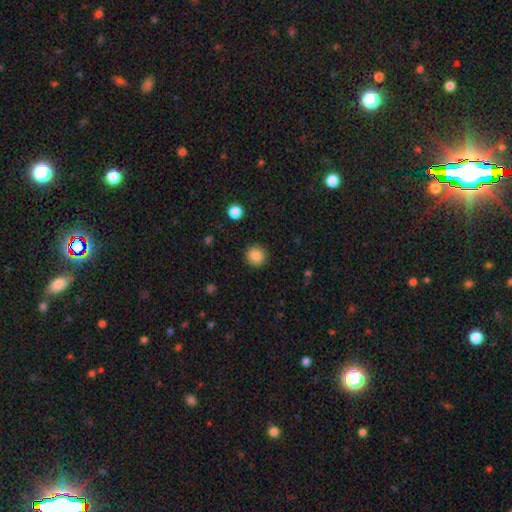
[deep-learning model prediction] This is clearly a smooth galaxy (86%). How rounded: clearly round (93%). Merging: clearly none (91%).